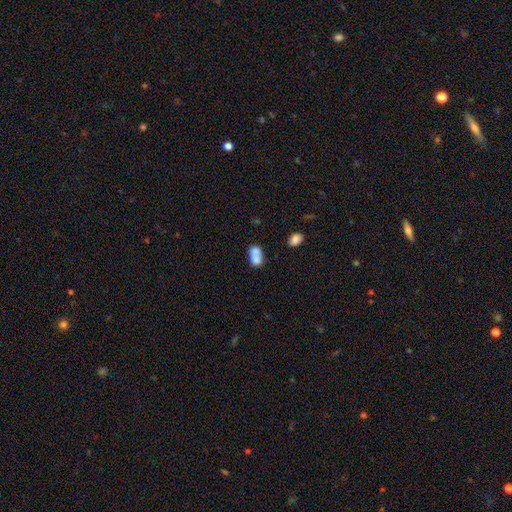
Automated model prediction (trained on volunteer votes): A smooth galaxy with no disk features (71%) that is in between round and cigar-shaped (66%). Merging: merger (62%).